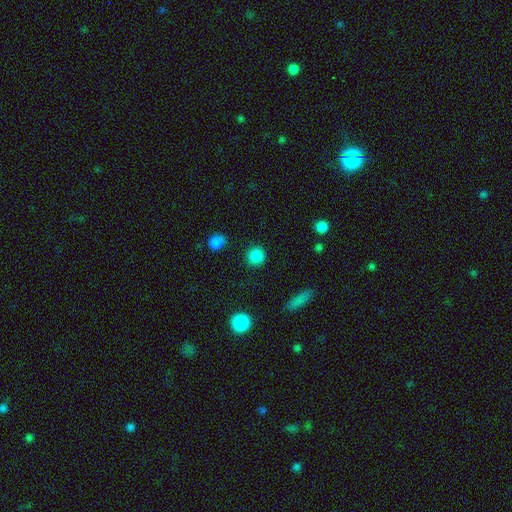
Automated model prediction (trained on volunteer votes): Smooth or featured: smooth — 86% (star or artifact — 10%)
How rounded: round — 92% (in between — 7%)
Merging: none — 90% (minor disturbance — 6%)